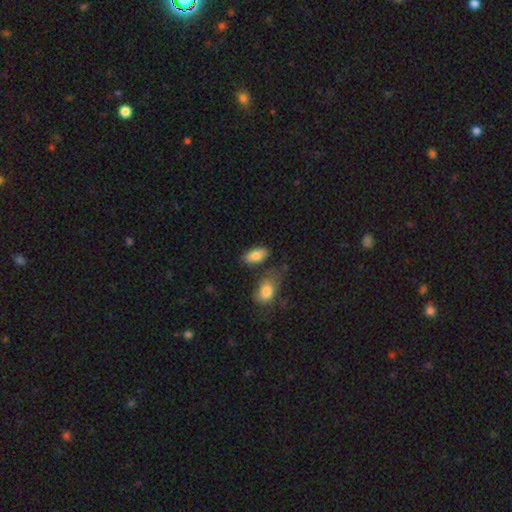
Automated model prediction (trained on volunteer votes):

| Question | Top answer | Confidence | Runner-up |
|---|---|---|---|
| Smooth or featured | smooth | 82% | featured or disk (11%) |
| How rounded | in between | 92% | cigar-shaped (5%) |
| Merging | none | 68% | minor disturbance (17%) |